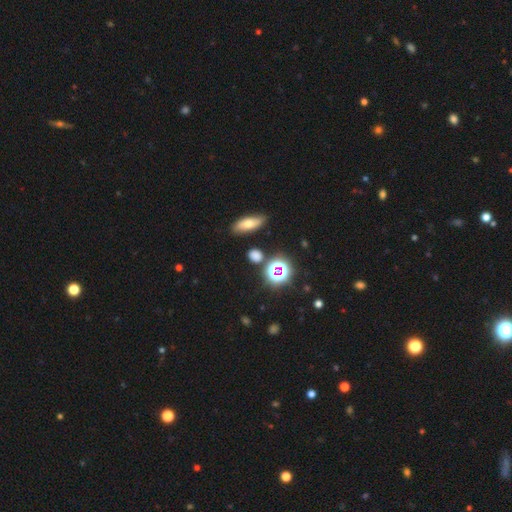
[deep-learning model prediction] Smooth or featured? smooth (58%)
How rounded? round (62%)
Merging? none (78%)